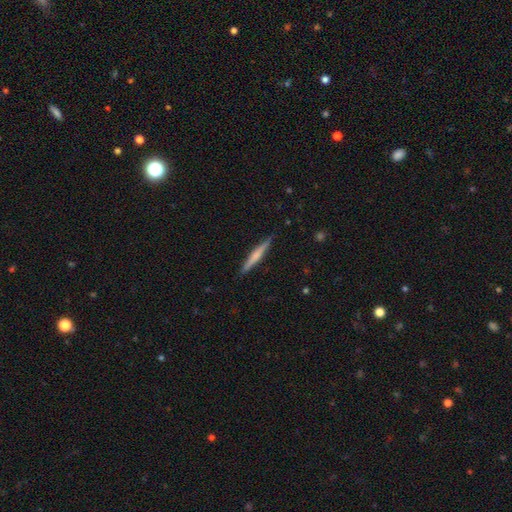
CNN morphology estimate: Overall: featured or disk (50%; smooth 45%). Merging: none (90%).